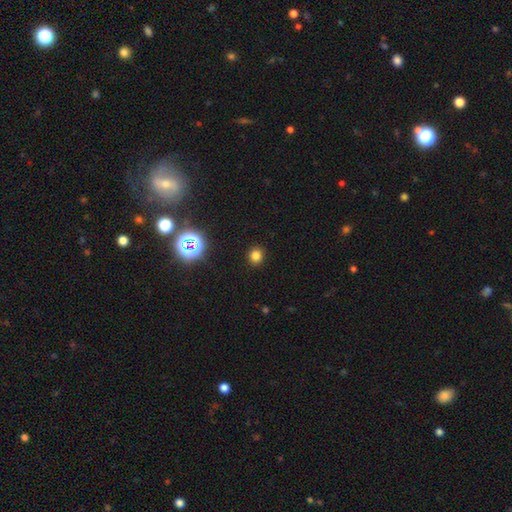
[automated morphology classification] smooth-or-featured: smooth: 77% | star or artifact: 18% | featured or disk: 5%
  how-rounded: round: 84% | in between: 15% | cigar-shaped: 1%
  merging: none: 91% | minor disturbance: 6% | major disturbance: 2% | merger: 1%